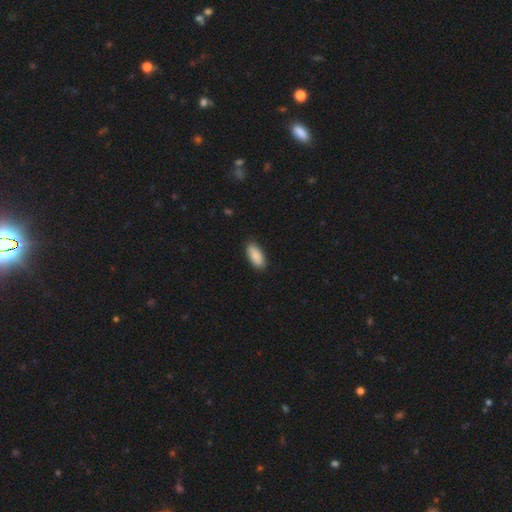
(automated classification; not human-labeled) Overall: smooth (89%). How rounded: in between (88%). Merging: none (88%).